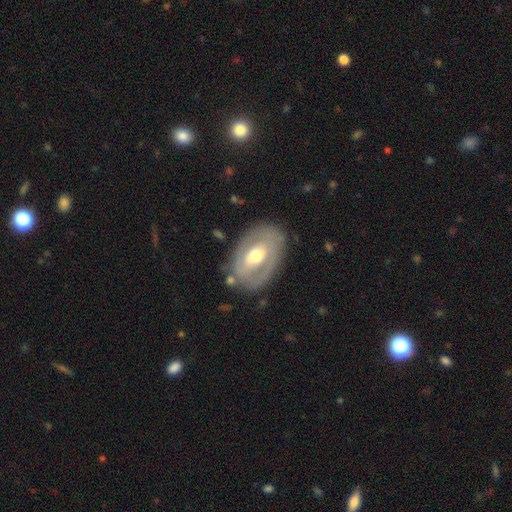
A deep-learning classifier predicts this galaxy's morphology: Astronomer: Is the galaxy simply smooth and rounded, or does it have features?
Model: featured or disk — 66%.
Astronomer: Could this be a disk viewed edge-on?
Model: no — 93%.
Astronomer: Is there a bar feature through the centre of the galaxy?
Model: no — 45% (runner-up: weak, 36%).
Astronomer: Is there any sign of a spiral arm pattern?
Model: no — 59% (runner-up: yes, 41%).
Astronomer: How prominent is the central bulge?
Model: moderate — 72%.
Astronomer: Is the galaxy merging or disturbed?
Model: none — 76%.